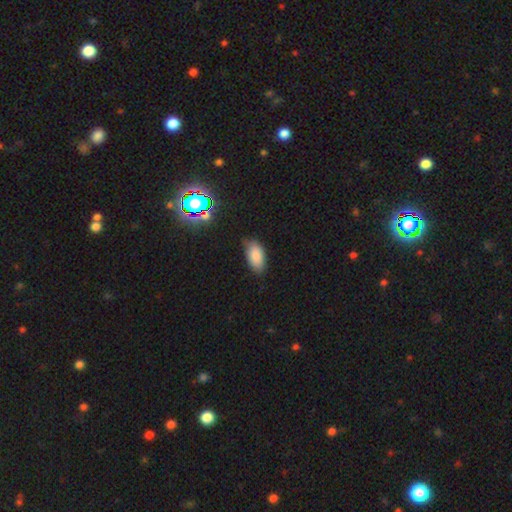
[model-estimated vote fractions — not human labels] Smooth or featured?
  - smooth: 85% *
  - star or artifact: 9%
  - featured or disk: 6%
How rounded?
  - in between: 93% *
  - cigar-shaped: 4%
  - round: 3%
Merging?
  - none: 74% *
  - minor disturbance: 21%
  - major disturbance: 3%
  - merger: 2%